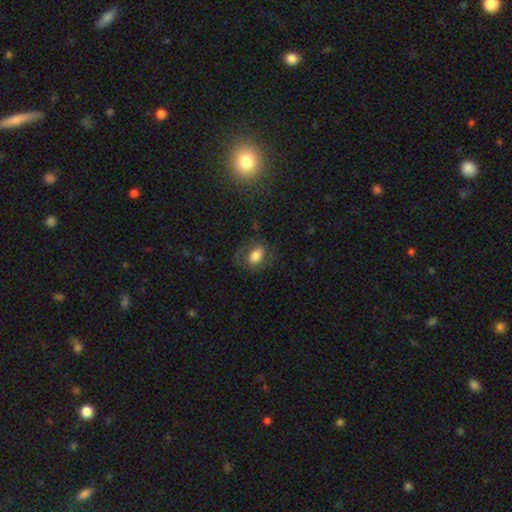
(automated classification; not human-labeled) A smooth galaxy with no disk features (69%) that is in between round and cigar-shaped (79%).

Vote fractions:
- Smooth or featured? smooth: 69% / featured or disk: 22% / star or artifact: 9%
- How rounded? in between: 79% / round: 19% / cigar-shaped: 2%
- Merging? none: 63% / minor disturbance: 20% / major disturbance: 16% / merger: 2%